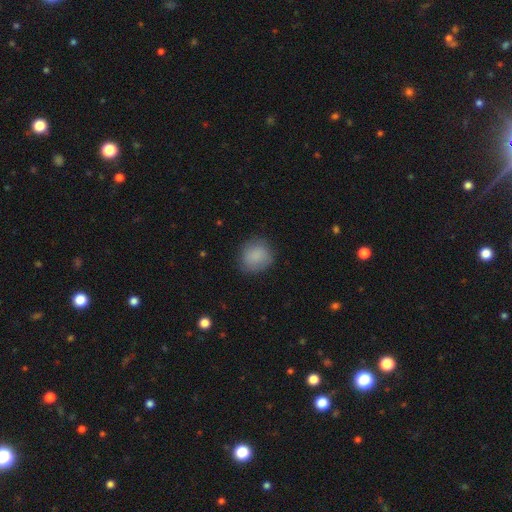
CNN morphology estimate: Smooth or featured? smooth (86%)
How rounded? round (81%)
Merging? none (79%)